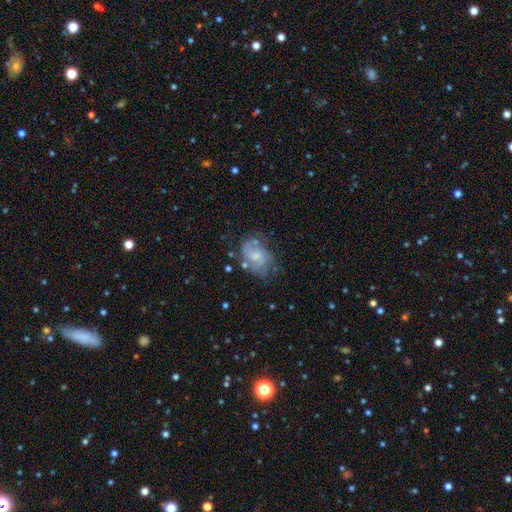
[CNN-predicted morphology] type=featured or disk (62%); edge-on=no (97%); bar=no (62%); spiral arms=yes (79%); bulge=small (46%); merging=none (54%).